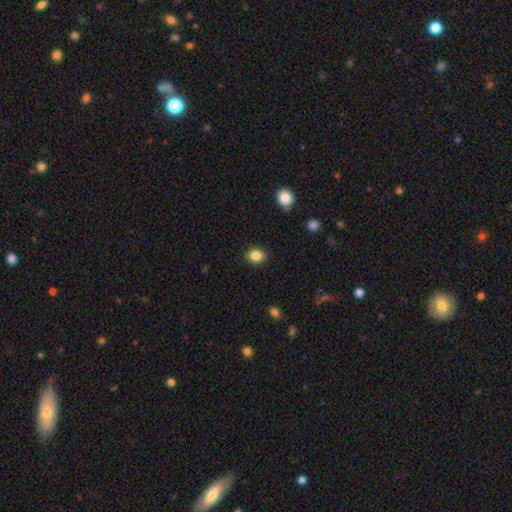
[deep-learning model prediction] A smooth galaxy with no disk features (86%) that is round (53%). Merging: none (87%).